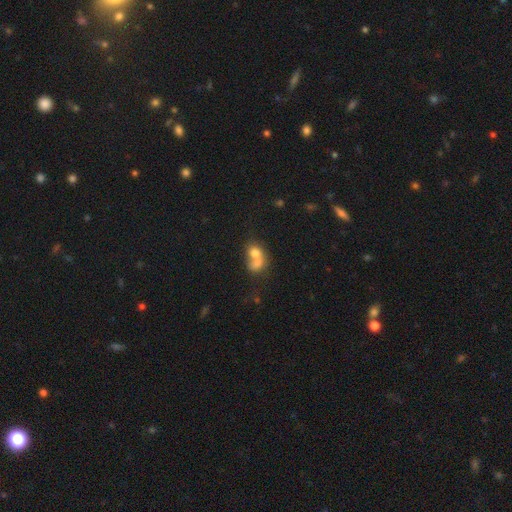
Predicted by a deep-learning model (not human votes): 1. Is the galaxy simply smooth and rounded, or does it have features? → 71% smooth, 20% featured or disk, 9% star or artifact.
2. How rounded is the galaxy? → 50% round, 49% in between, 1% cigar-shaped.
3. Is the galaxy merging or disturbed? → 75% merger, 16% none, 5% minor disturbance, 4% major disturbance.